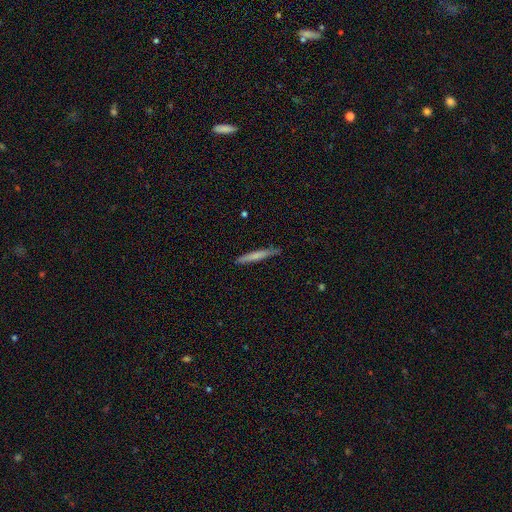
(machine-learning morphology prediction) smooth 65%, featured or disk 30%, star or artifact 6%. Down the decision tree: how rounded — cigar-shaped (96%); merging — none (86%).